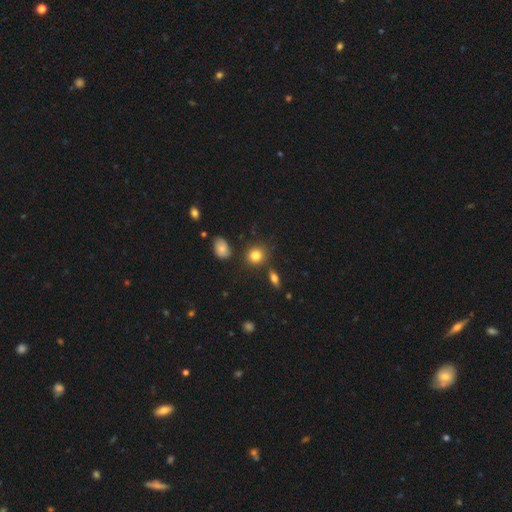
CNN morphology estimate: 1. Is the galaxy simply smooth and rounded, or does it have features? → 82% smooth, 10% star or artifact, 7% featured or disk.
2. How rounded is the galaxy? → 74% round, 24% in between, 2% cigar-shaped.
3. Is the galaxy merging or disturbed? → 81% none, 10% minor disturbance, 5% merger, 3% major disturbance.